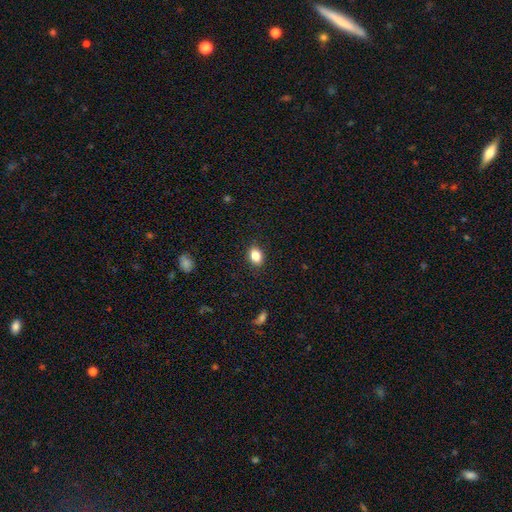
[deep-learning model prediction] smooth-or-featured: smooth: 84% | star or artifact: 10% | featured or disk: 7%
  how-rounded: in between: 70% | round: 29% | cigar-shaped: 1%
  merging: none: 87% | minor disturbance: 10% | major disturbance: 2% | merger: 1%